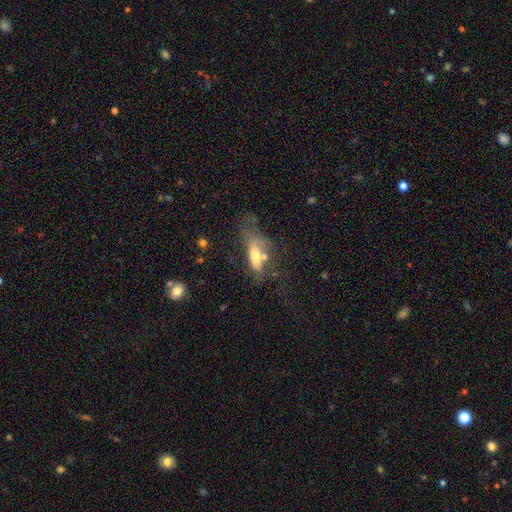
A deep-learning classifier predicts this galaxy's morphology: This is possibly a smooth galaxy (59%). How rounded: likely in between (62%). Merging: marginally major disturbance (37%).